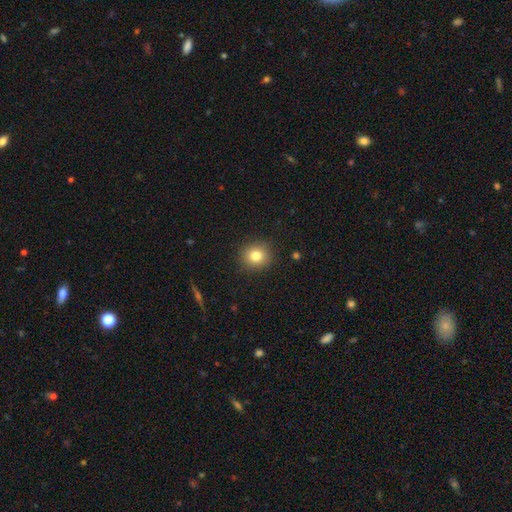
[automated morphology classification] Smooth or featured? Predicted: smooth (p=0.80). How rounded? Predicted: round (p=0.87). Merging? Predicted: none (p=0.90).